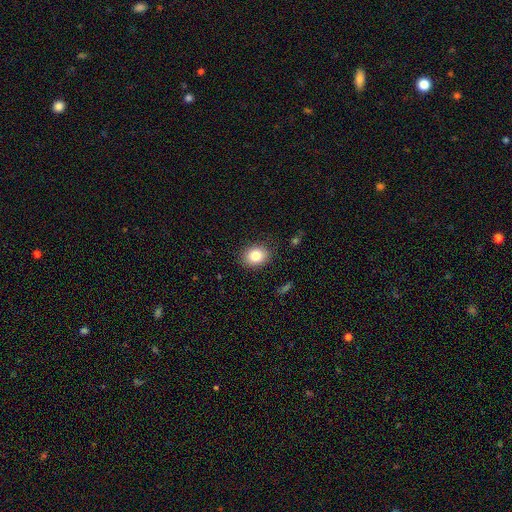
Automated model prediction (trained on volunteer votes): Morphology: type=smooth (82%); roundness=in between (51%); merging=none (86%).